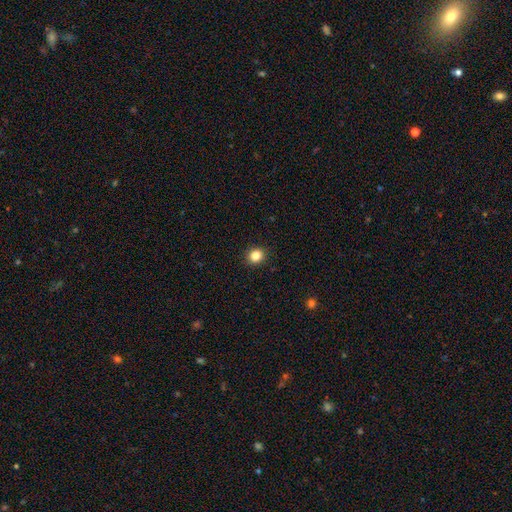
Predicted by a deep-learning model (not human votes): A smooth galaxy with no disk features (85%) that is round (77%).

Vote fractions:
- Smooth or featured? smooth: 85% / star or artifact: 11% / featured or disk: 4%
- How rounded? round: 77% / in between: 23% / cigar-shaped: 1%
- Merging? none: 91% / minor disturbance: 6% / major disturbance: 2% / merger: 1%